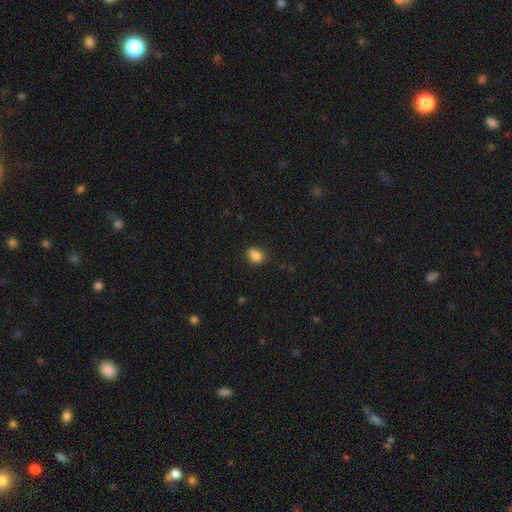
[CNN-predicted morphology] A smooth galaxy with no disk features (84%) that is round (52%).

Vote fractions:
- Smooth or featured? smooth: 84% / star or artifact: 10% / featured or disk: 6%
- How rounded? round: 52% / in between: 47% / cigar-shaped: 1%
- Merging? none: 70% / minor disturbance: 23% / major disturbance: 4% / merger: 4%